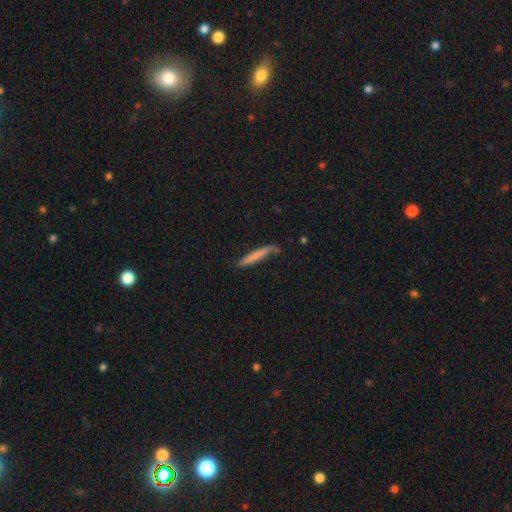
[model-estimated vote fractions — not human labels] The model was most divided on "merging": none: 62%, minor disturbance: 25%, major disturbance: 9%, merger: 4%. More confident: how rounded — cigar-shaped (94%); smooth or featured — smooth (71%).